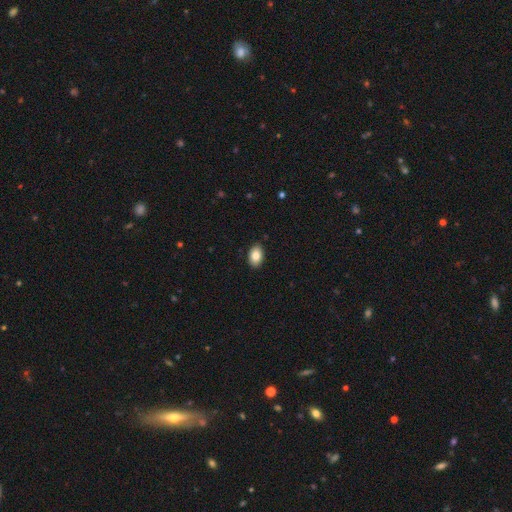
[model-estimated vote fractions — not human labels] Smooth or featured? Predicted: smooth (p=0.83). How rounded? Predicted: in between (p=0.88). Merging? Predicted: none (p=0.89).